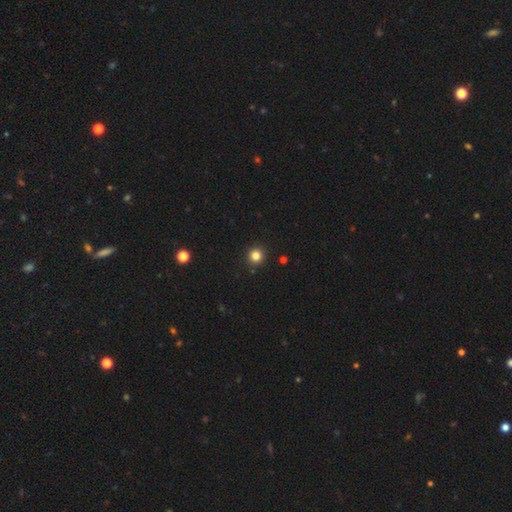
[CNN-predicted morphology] A smooth galaxy with no disk features (82%) that is round (95%).

Vote fractions:
- Smooth or featured? smooth: 82% / star or artifact: 13% / featured or disk: 4%
- How rounded? round: 95% / in between: 4% / cigar-shaped: 1%
- Merging? none: 93% / minor disturbance: 5% / major disturbance: 2% / merger: 1%